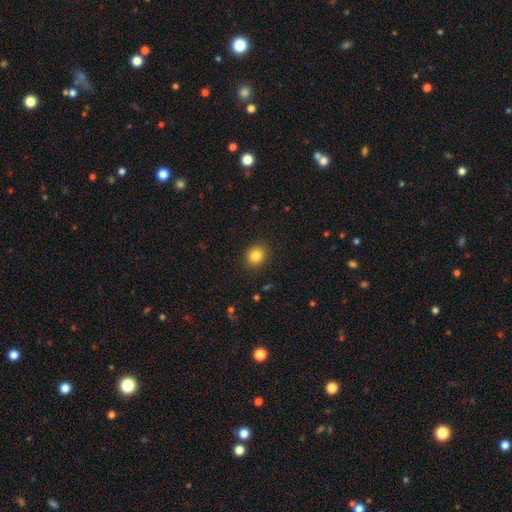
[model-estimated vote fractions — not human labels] This appears to be a smooth galaxy with no disk features (84%) that is round (73%). Merging: none (90%).